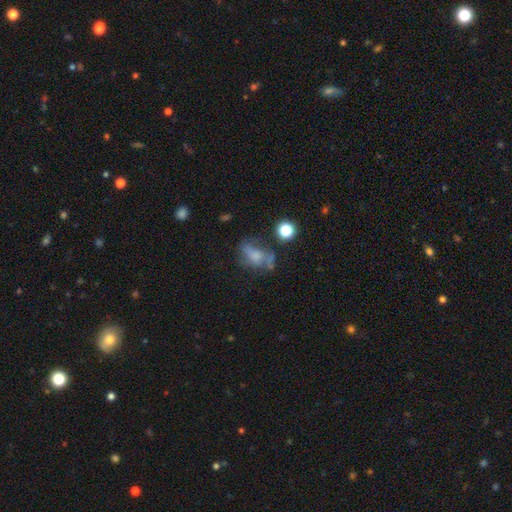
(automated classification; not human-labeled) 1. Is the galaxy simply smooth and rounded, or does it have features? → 48% smooth, 35% featured or disk, 17% star or artifact.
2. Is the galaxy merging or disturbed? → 38% none, 26% major disturbance, 25% minor disturbance, 11% merger.